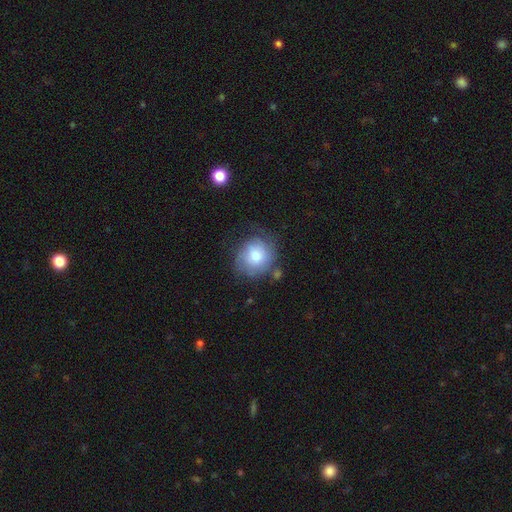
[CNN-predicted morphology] Smooth or featured? smooth (64%)
How rounded? round (80%)
Merging? none (57%)